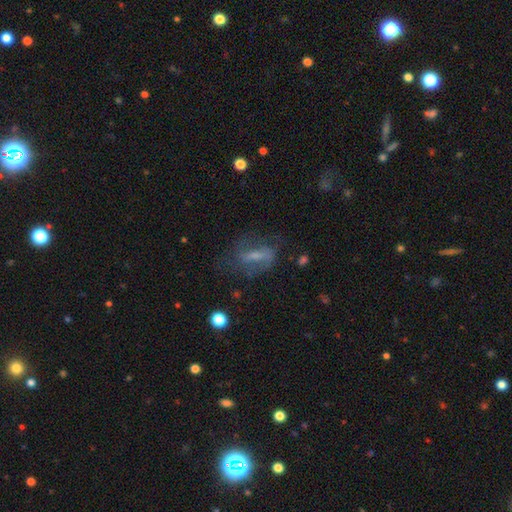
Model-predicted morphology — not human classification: This appears to be a featured or disk galaxy (52%). Merging: none (57%).